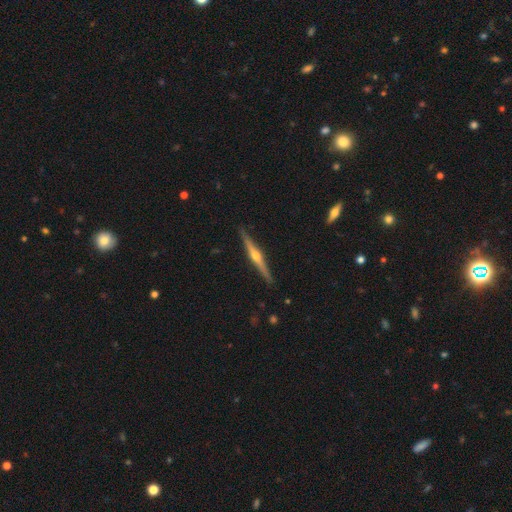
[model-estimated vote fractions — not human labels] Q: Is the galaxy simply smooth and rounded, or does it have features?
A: featured or disk — 79%.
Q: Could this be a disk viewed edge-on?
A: yes — 98%.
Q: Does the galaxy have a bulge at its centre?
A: rounded — 93%.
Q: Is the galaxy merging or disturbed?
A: none — 91%.